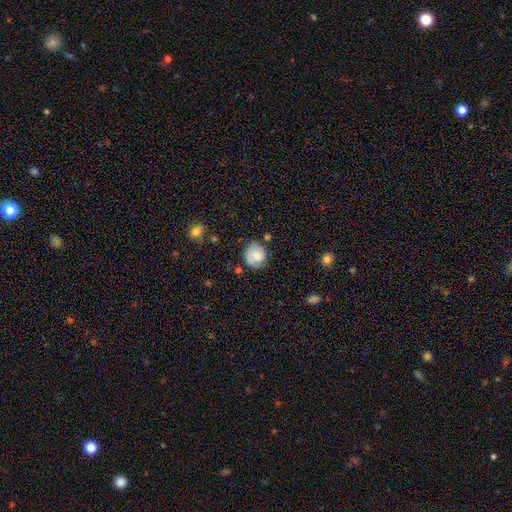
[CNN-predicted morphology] This appears to be a smooth galaxy with no disk features (67%) that is round (84%). Merging: none (70%).